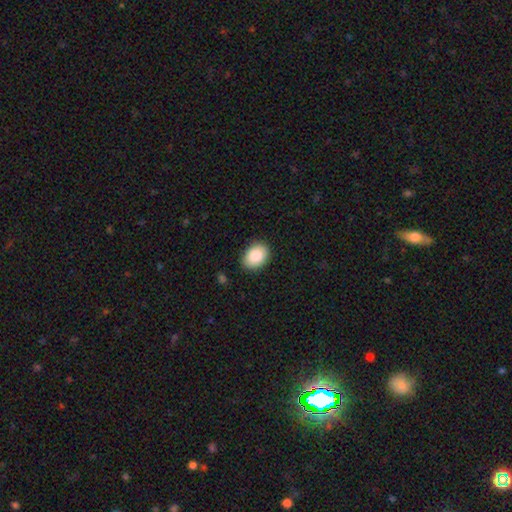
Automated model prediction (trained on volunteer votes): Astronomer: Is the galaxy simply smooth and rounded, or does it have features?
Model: smooth — 88%.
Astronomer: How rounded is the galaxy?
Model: in between — 77%.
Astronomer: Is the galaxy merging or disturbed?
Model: none — 87%.